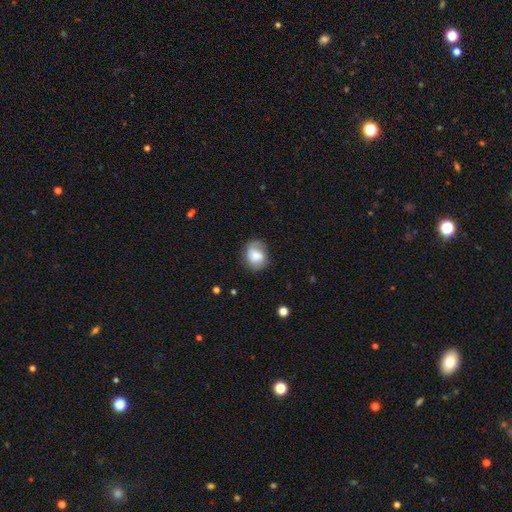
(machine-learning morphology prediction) Q: Smooth or featured?
A: smooth (71%); runner-up: featured or disk (21%)
Q: How rounded?
A: in between (50%); runner-up: round (49%)
Q: Merging?
A: none (66%); runner-up: minor disturbance (24%)